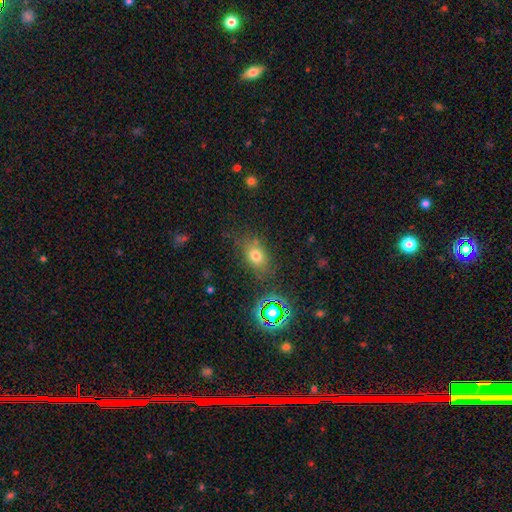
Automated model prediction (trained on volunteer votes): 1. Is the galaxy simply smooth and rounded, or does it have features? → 70% smooth, 18% star or artifact, 12% featured or disk.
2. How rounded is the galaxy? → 66% in between, 31% round, 2% cigar-shaped.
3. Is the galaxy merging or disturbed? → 73% none, 16% minor disturbance, 6% major disturbance, 5% merger.